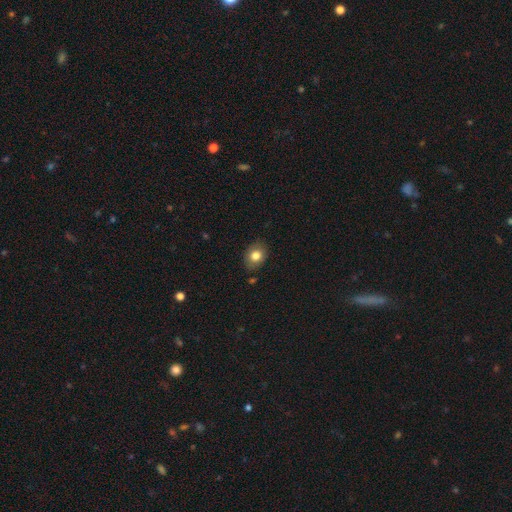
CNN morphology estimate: Q: Smooth or featured?
A: smooth (79%); runner-up: featured or disk (13%)
Q: How rounded?
A: in between (61%); runner-up: round (38%)
Q: Merging?
A: none (83%); runner-up: minor disturbance (13%)